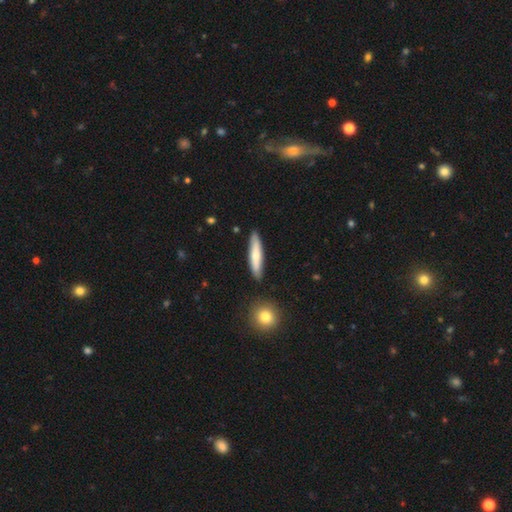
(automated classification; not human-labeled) smooth 65%, featured or disk 30%, star or artifact 5%. Down the decision tree: how rounded — cigar-shaped (84%); merging — none (86%).